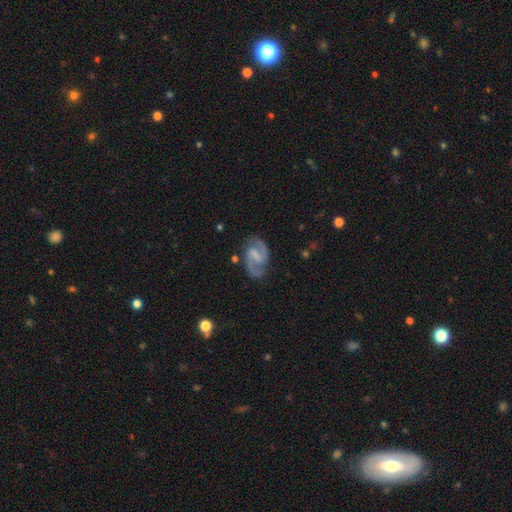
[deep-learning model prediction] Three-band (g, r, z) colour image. It shows a featured or disk galaxy (89%) with a weak bar (49%), 2 (94%) medium (60%) spiral arms (97%) and no central bulge (53%). Merging: none (81%).